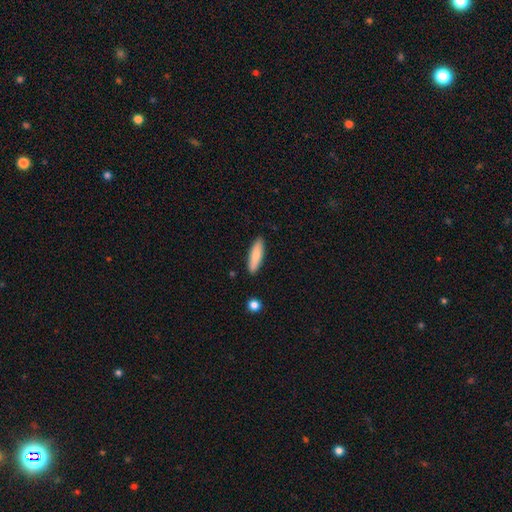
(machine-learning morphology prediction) This is clearly a smooth galaxy (80%). How rounded: likely cigar-shaped (67%). Merging: clearly none (88%).